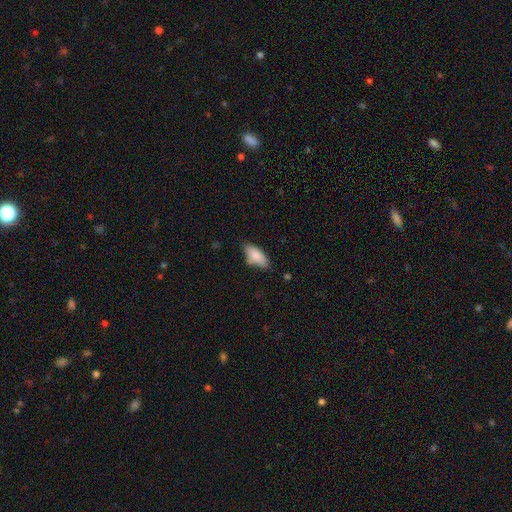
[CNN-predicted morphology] smooth-or-featured: smooth: 85% | featured or disk: 8% | star or artifact: 7%
  how-rounded: in between: 85% | cigar-shaped: 13% | round: 2%
  merging: none: 66% | minor disturbance: 25% | major disturbance: 5% | merger: 4%